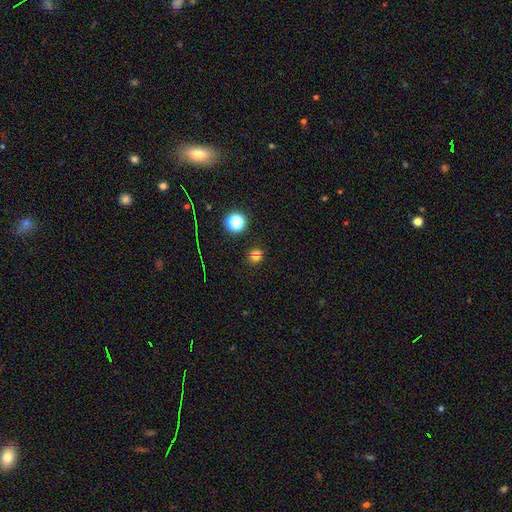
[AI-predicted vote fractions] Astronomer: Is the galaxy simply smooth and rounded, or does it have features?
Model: smooth — 68%.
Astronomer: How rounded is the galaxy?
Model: round — 82%.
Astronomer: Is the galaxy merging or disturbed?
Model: none — 71%.